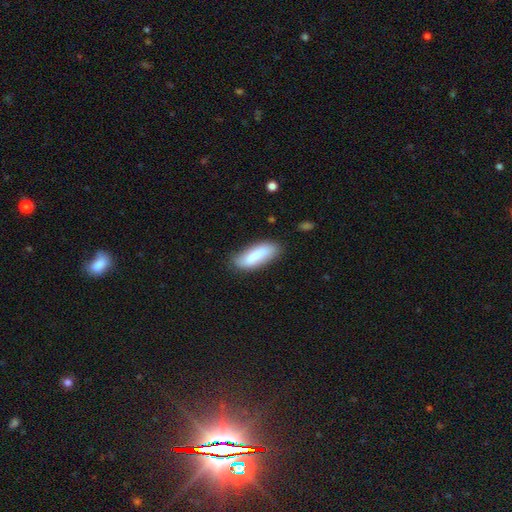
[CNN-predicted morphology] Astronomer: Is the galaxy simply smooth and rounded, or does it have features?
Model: smooth — 80%.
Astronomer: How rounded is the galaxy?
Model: in between — 63%.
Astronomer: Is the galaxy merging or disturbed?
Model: none — 79%.